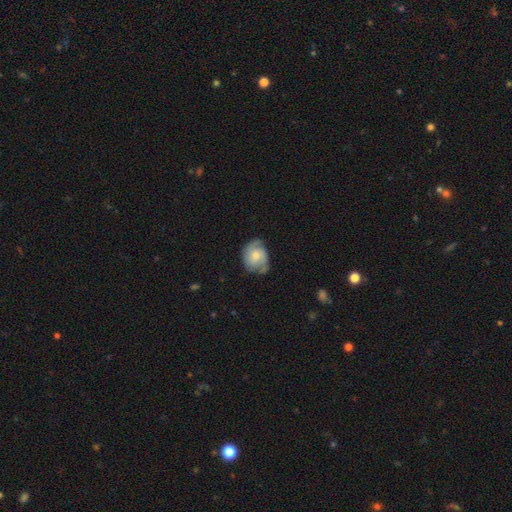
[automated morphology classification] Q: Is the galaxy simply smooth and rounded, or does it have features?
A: featured or disk — 57%.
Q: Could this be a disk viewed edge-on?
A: no — 97%.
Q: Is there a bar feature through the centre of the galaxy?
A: no — 65%.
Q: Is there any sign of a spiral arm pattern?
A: yes — 88%.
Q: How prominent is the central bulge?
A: moderate — 47%.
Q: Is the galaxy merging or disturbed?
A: none — 56%.